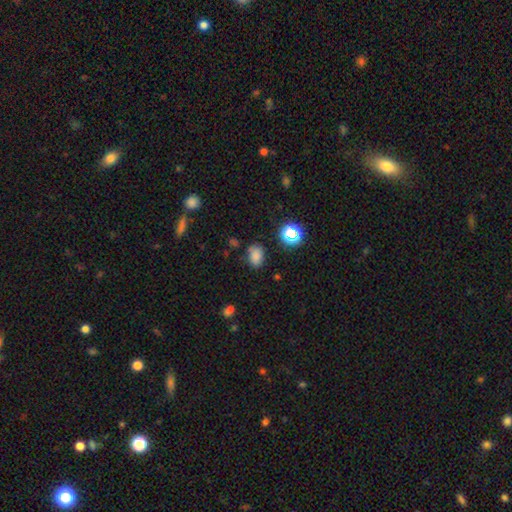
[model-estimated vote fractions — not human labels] Morphology: type=smooth (76%); roundness=in between (78%); merging=none (71%).